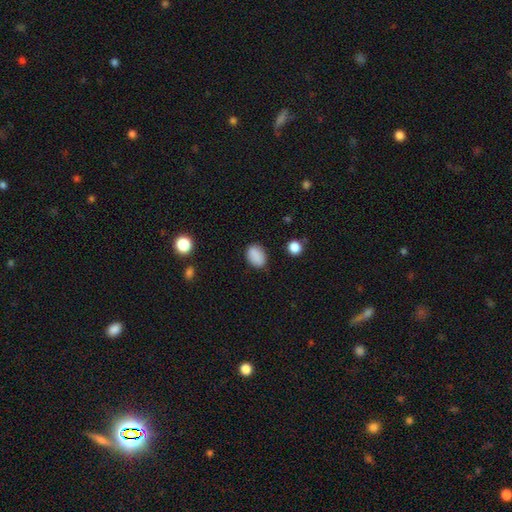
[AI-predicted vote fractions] The model was most divided on "how rounded": in between: 79%, round: 19%, cigar-shaped: 1%. More confident: smooth or featured — smooth (87%); merging — none (82%).